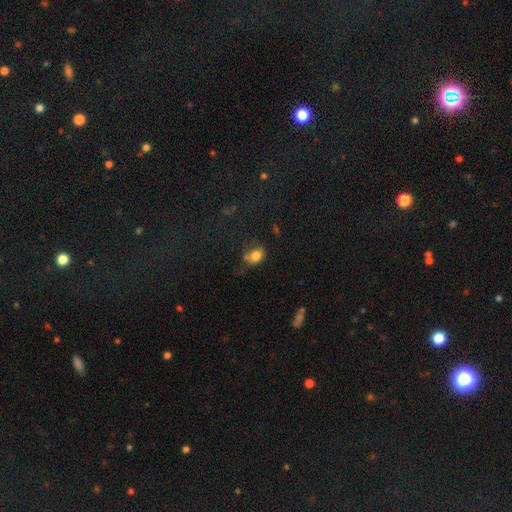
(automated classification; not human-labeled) smooth-or-featured: smooth: 78% | star or artifact: 11% | featured or disk: 11%
  how-rounded: in between: 60% | round: 39% | cigar-shaped: 1%
  merging: none: 46% | minor disturbance: 28% | merger: 15% | major disturbance: 12%